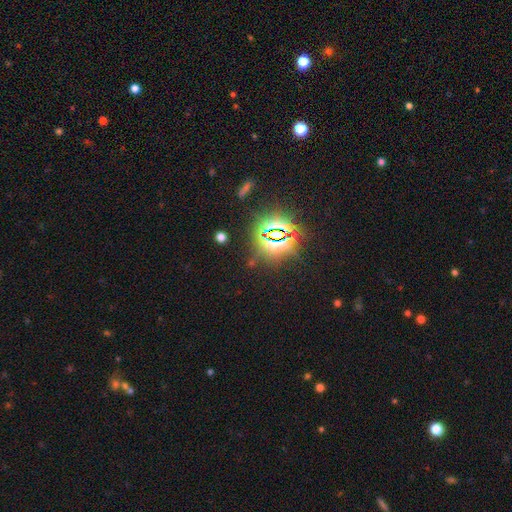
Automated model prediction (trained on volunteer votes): Smooth or featured?
  - star or artifact: 83% *
  - smooth: 10%
  - featured or disk: 7%